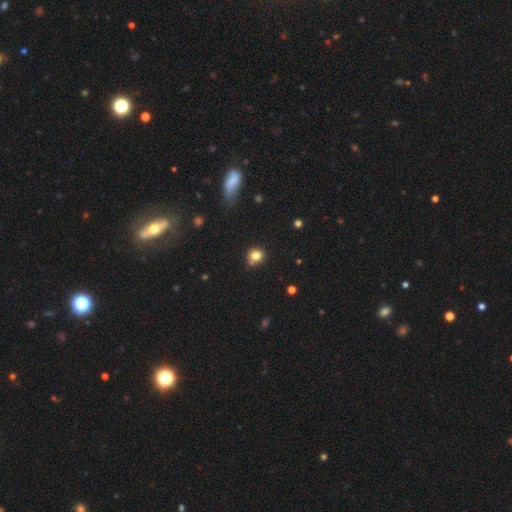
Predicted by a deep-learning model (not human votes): Q: Smooth or featured?
A: smooth (78%); runner-up: star or artifact (13%)
Q: How rounded?
A: round (81%); runner-up: in between (18%)
Q: Merging?
A: none (64%); runner-up: minor disturbance (16%)